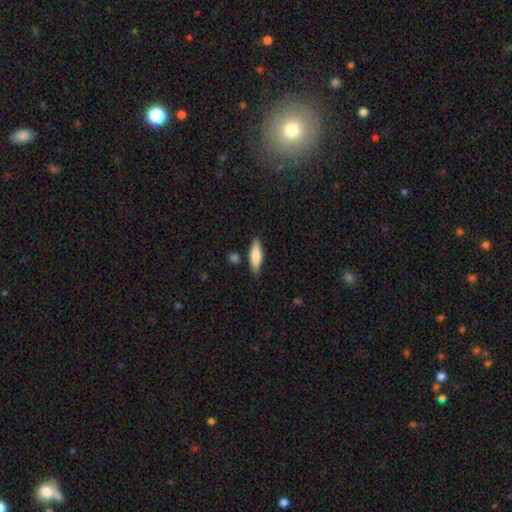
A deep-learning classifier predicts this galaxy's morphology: Smooth or featured?
  - smooth: 77% *
  - featured or disk: 18%
  - star or artifact: 6%
How rounded?
  - cigar-shaped: 55% *
  - in between: 43%
  - round: 2%
Merging?
  - none: 83% *
  - minor disturbance: 11%
  - merger: 4%
  - major disturbance: 2%